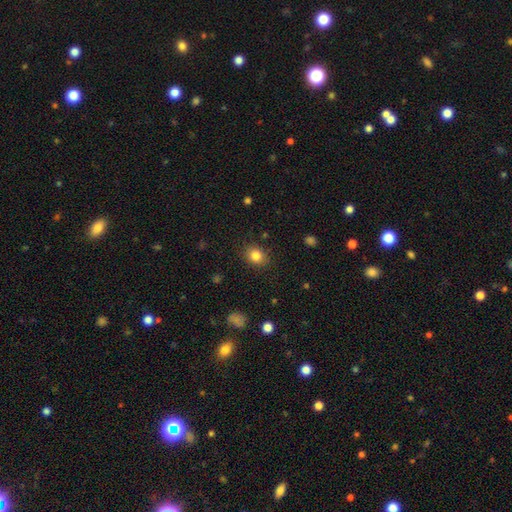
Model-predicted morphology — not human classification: smooth-or-featured: smooth: 83% | star or artifact: 11% | featured or disk: 6%
  how-rounded: round: 60% | in between: 39% | cigar-shaped: 1%
  merging: none: 86% | minor disturbance: 10% | major disturbance: 3% | merger: 1%